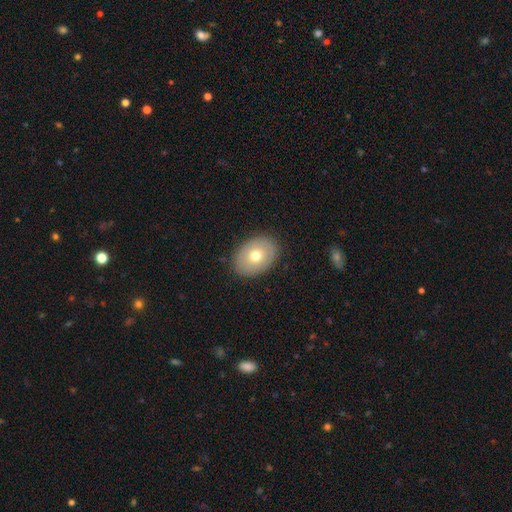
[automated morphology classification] smooth_or_featured: smooth (p=0.67) [alt: featured or disk p=0.26]
how_rounded: in between (p=0.76) [alt: round p=0.23]
merging: none (p=0.88) [alt: minor disturbance p=0.09]